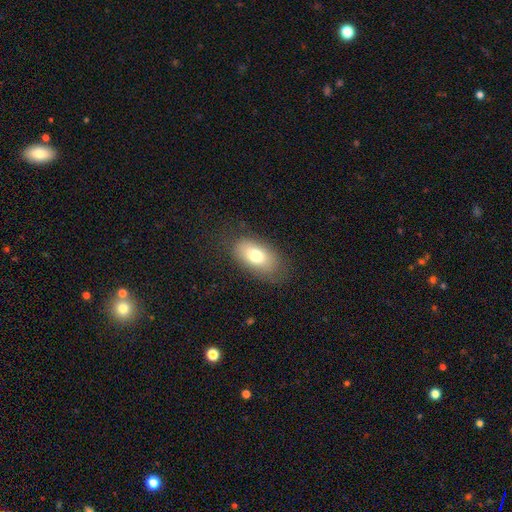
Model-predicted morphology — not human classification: The model was most divided on "merging": none: 73%, minor disturbance: 18%, major disturbance: 8%, merger: 1%. More confident: how rounded — in between (91%); smooth or featured — smooth (74%).